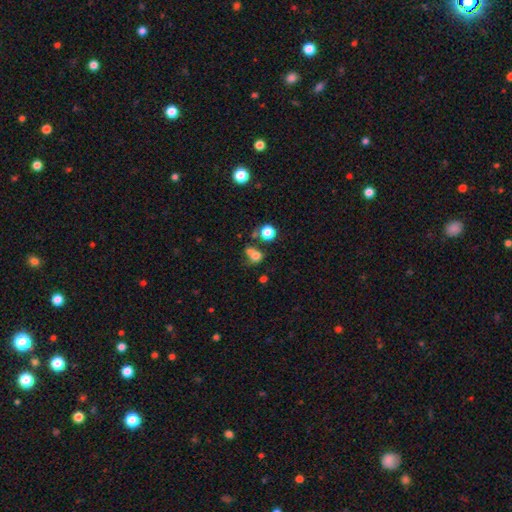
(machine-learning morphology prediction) Smooth or featured?
  - smooth: 68% *
  - star or artifact: 17%
  - featured or disk: 15%
How rounded?
  - round: 71% *
  - in between: 28%
  - cigar-shaped: 1%
Merging?
  - merger: 43% *
  - none: 37%
  - minor disturbance: 12%
  - major disturbance: 9%